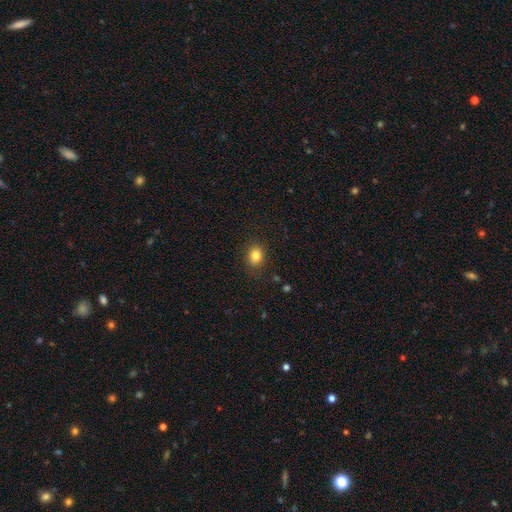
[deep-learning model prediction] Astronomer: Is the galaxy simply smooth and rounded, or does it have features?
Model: smooth — 83%.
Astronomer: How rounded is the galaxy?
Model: round — 54% (runner-up: in between, 45%).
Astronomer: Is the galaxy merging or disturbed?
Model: none — 86%.